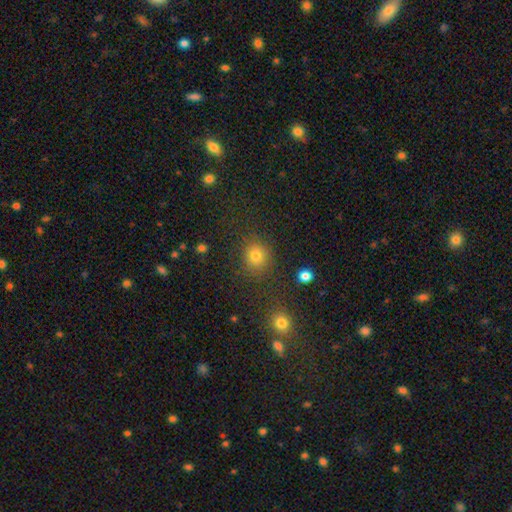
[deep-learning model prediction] This appears to be a smooth galaxy with no disk features (78%) that is round (84%). Merging: none (84%).